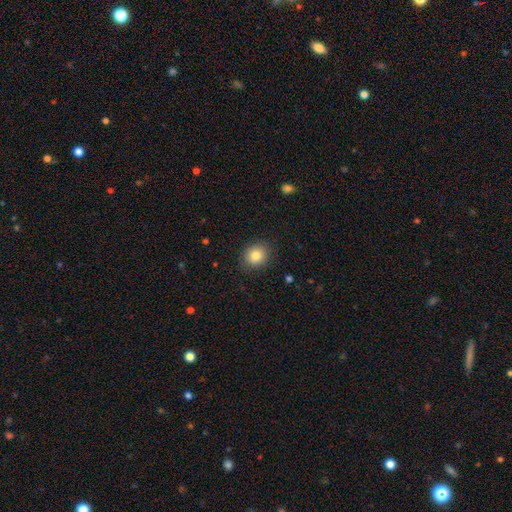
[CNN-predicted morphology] smooth 82%, star or artifact 10%, featured or disk 8%. Down the decision tree: how rounded — round (70%); merging — none (87%).